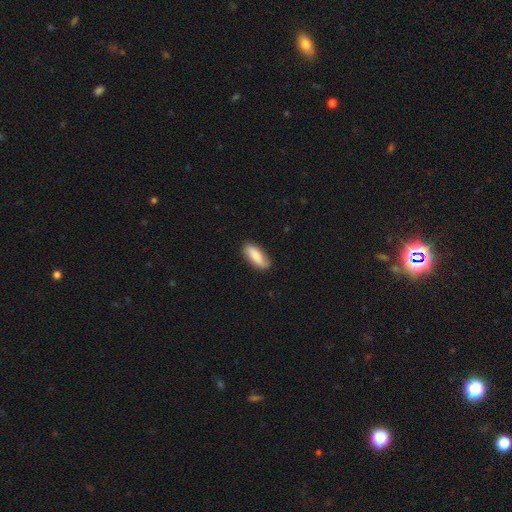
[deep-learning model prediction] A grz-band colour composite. It shows a smooth galaxy with no disk features (71%) that is in between round and cigar-shaped (73%). Merging: none (81%).